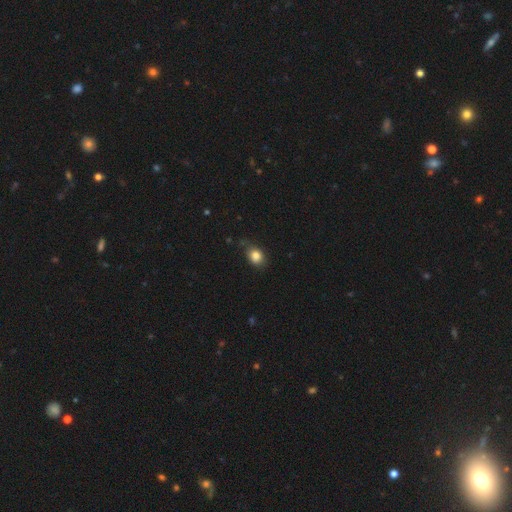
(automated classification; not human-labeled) The model was most divided on "how rounded": in between: 51%, round: 48%, cigar-shaped: 1%. More confident: smooth or featured — smooth (83%); merging — none (66%).